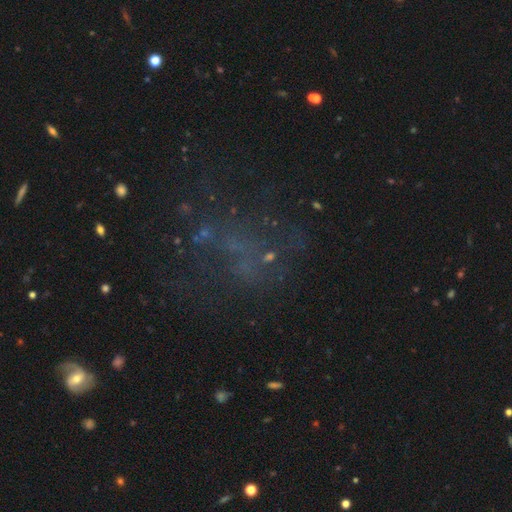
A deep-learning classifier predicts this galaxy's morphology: Smooth or featured?
  - star or artifact: 43% *
  - featured or disk: 35%
  - smooth: 21%